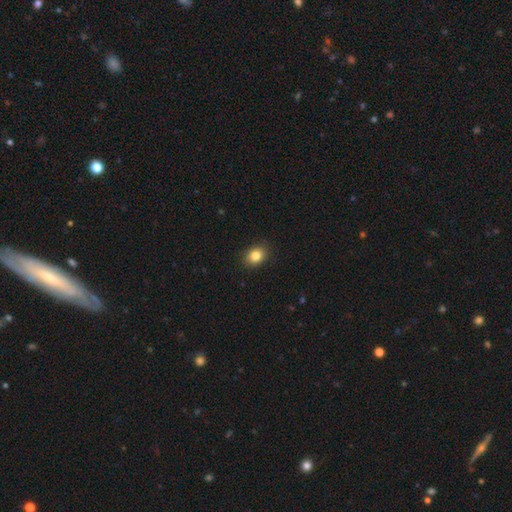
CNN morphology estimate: Smooth or featured?
  - smooth: 84% *
  - star or artifact: 10%
  - featured or disk: 6%
How rounded?
  - in between: 55% *
  - round: 44%
  - cigar-shaped: 1%
Merging?
  - none: 89% *
  - minor disturbance: 8%
  - major disturbance: 2%
  - merger: 1%